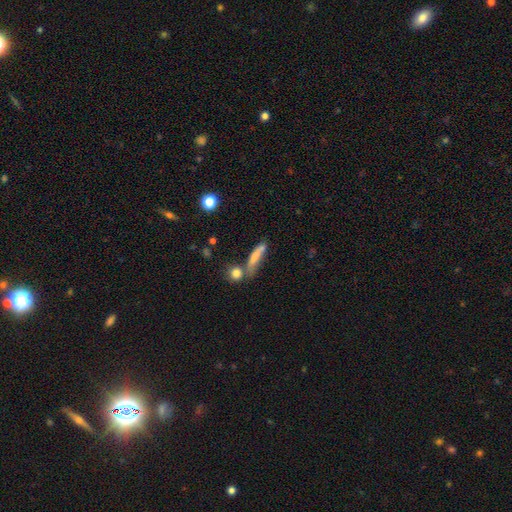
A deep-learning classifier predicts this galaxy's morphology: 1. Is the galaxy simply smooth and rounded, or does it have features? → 71% smooth, 20% featured or disk, 9% star or artifact.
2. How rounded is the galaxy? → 76% cigar-shaped, 19% in between, 5% round.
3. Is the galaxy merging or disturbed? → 52% none, 20% merger, 18% minor disturbance, 9% major disturbance.